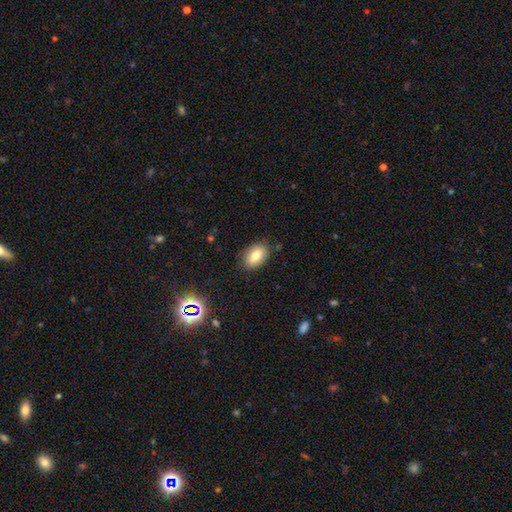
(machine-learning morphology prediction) Smooth or featured? smooth (79%)
How rounded? in between (90%)
Merging? none (86%)